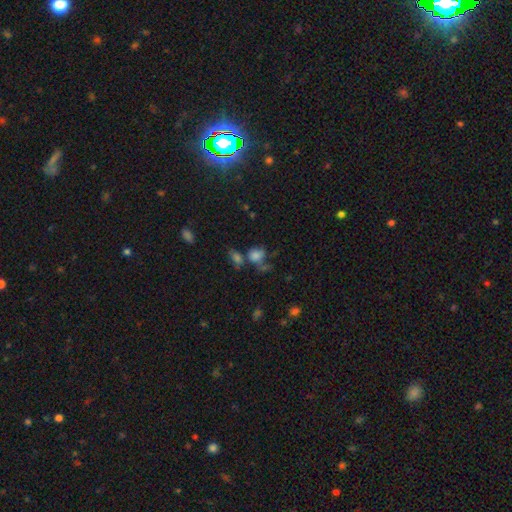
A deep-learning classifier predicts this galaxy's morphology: smooth-or-featured: smooth: 71% | star or artifact: 15% | featured or disk: 14%
  how-rounded: round: 57% | in between: 41% | cigar-shaped: 2%
  merging: merger: 34% | none: 32% | major disturbance: 17% | minor disturbance: 16%